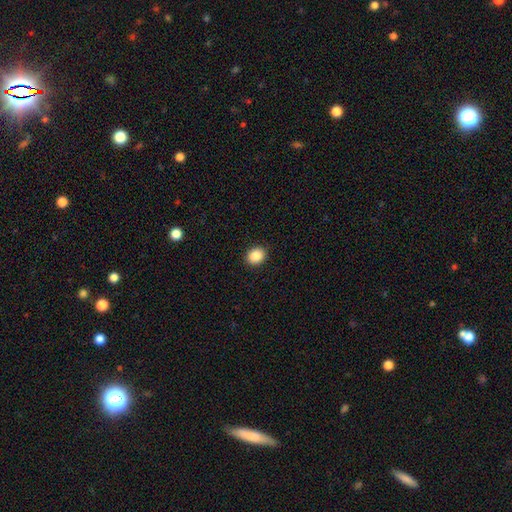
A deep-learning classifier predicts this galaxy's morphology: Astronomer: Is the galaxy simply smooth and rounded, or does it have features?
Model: smooth — 88%.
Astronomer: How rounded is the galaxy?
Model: round — 56% (runner-up: in between, 43%).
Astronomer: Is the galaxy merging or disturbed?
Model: none — 91%.